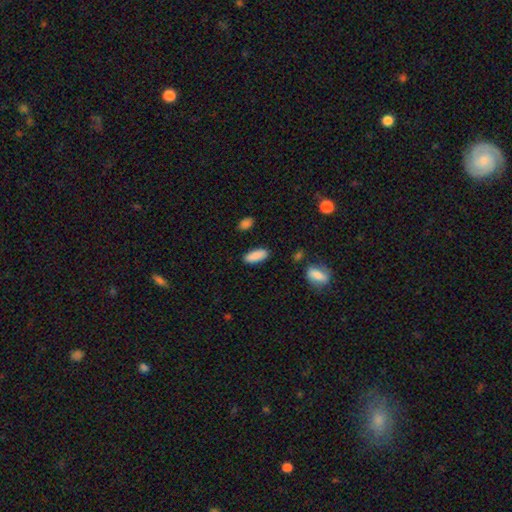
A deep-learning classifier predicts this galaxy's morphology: The model was most divided on "how rounded": in between: 73%, cigar-shaped: 25%, round: 2%. More confident: smooth or featured — smooth (89%); merging — none (88%).